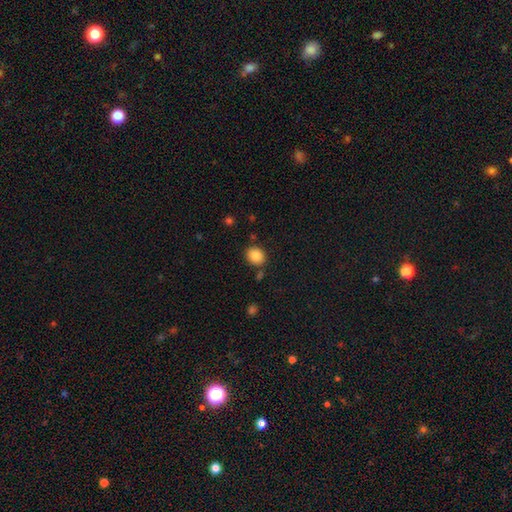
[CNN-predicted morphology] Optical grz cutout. It shows a smooth galaxy with no disk features (86%) that is round (68%). Merging: none (82%).